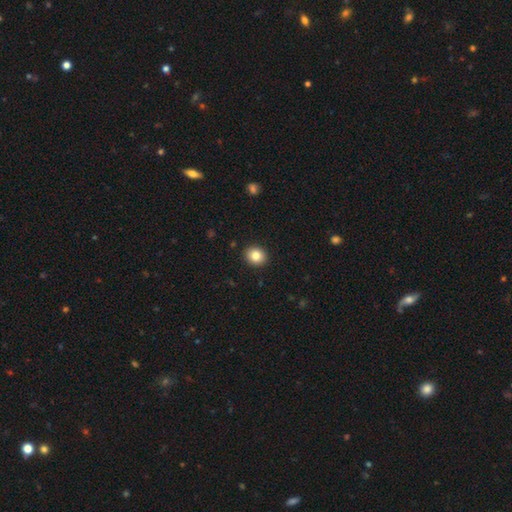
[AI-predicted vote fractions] smooth-or-featured: smooth: 83% | star or artifact: 10% | featured or disk: 8%
  how-rounded: round: 72% | in between: 27% | cigar-shaped: 1%
  merging: none: 92% | minor disturbance: 6% | major disturbance: 2% | merger: 1%